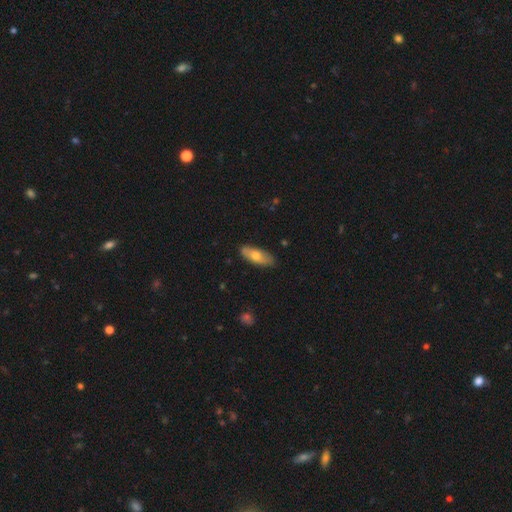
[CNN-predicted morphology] The model was most divided on "smooth or featured": smooth: 66%, featured or disk: 29%, star or artifact: 6%. More confident: merging — none (83%); how rounded — in between (72%).